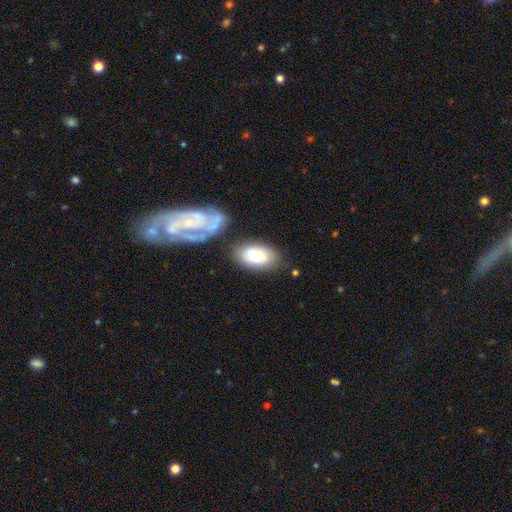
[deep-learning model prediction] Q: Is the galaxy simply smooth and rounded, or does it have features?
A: smooth — 77%.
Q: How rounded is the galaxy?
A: in between — 93%.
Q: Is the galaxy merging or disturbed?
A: none — 64%.